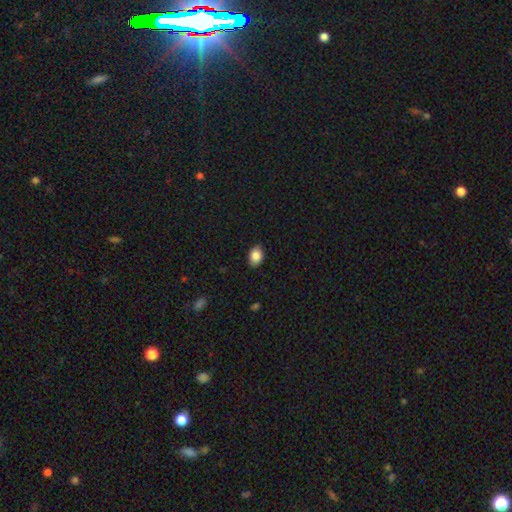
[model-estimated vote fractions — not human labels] smooth-or-featured: smooth: 85% | star or artifact: 8% | featured or disk: 7%
  how-rounded: in between: 77% | round: 21% | cigar-shaped: 1%
  merging: none: 86% | minor disturbance: 11% | major disturbance: 2% | merger: 1%